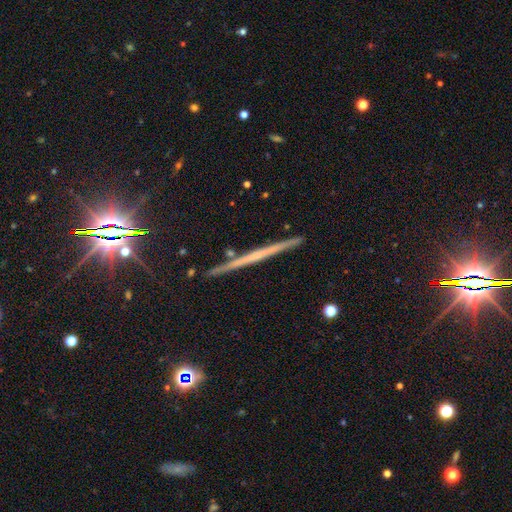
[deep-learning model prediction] Overall: featured or disk (61%; smooth 24%). Edge-on disk: yes (97%). Edge-on bulge: none (79%). Merging: none (89%).